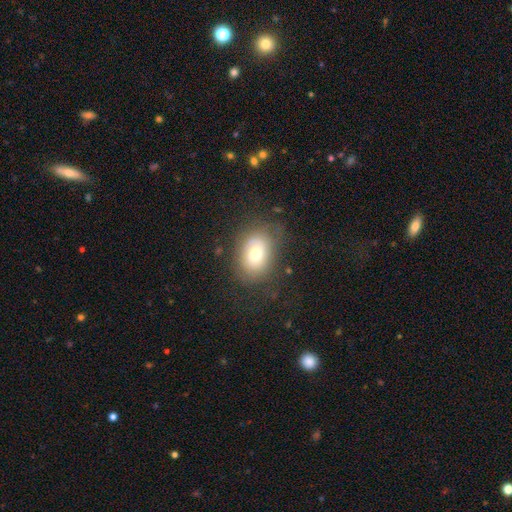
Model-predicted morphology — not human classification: Smooth or featured: smooth — 60% (featured or disk — 30%)
How rounded: in between — 75% (round — 24%)
Merging: none — 67% (minor disturbance — 20%)